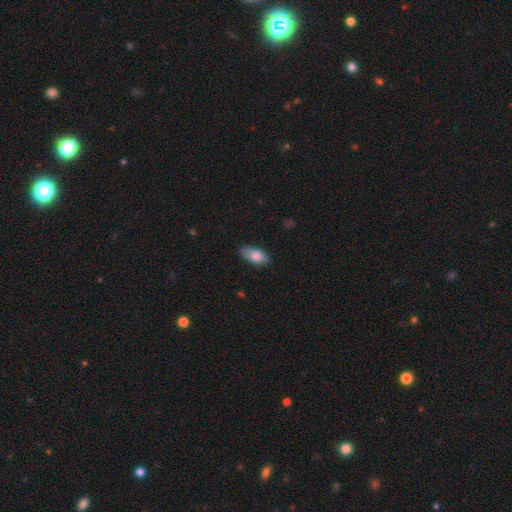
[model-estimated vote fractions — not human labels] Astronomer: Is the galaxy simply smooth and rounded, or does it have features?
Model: smooth — 83%.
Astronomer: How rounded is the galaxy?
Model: in between — 90%.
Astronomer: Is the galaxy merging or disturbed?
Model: none — 79%.